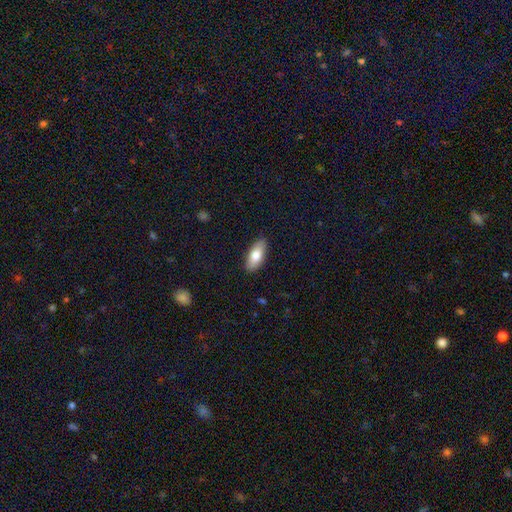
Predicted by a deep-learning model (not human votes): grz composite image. It shows a smooth galaxy with no disk features (76%) that is in between round and cigar-shaped (82%). Merging: none (88%).